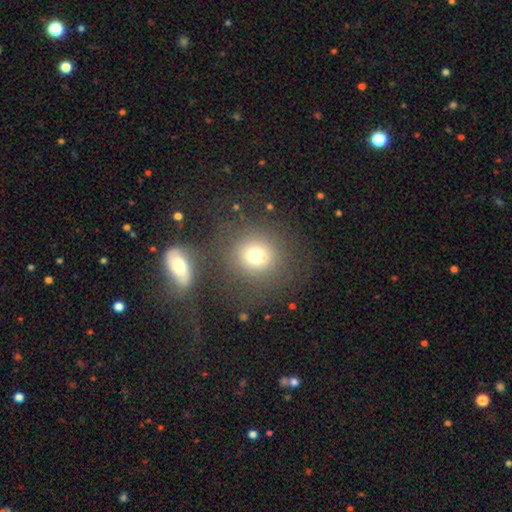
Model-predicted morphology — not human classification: The model was most divided on "smooth or featured": smooth: 69%, star or artifact: 17%, featured or disk: 14%. More confident: how rounded — round (85%); merging — none (72%).